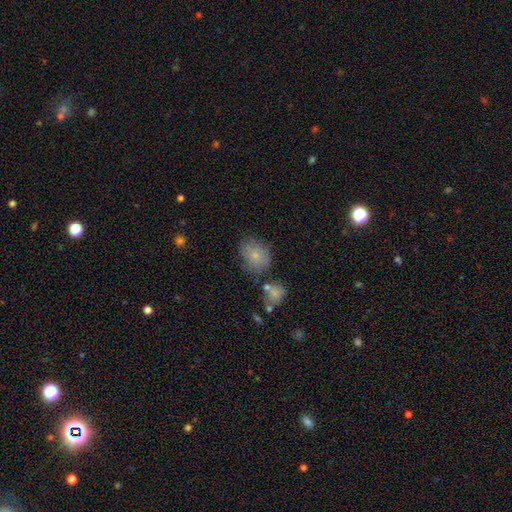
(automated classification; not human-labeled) Overall: smooth (77%). How rounded: round (51%; in between 48%). Merging: none (62%).